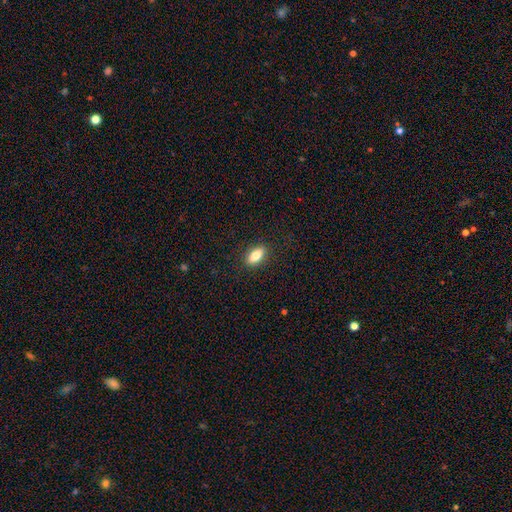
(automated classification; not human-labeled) Smooth or featured: smooth — 79% (featured or disk — 14%)
How rounded: in between — 81% (cigar-shaped — 16%)
Merging: none — 88% (minor disturbance — 9%)